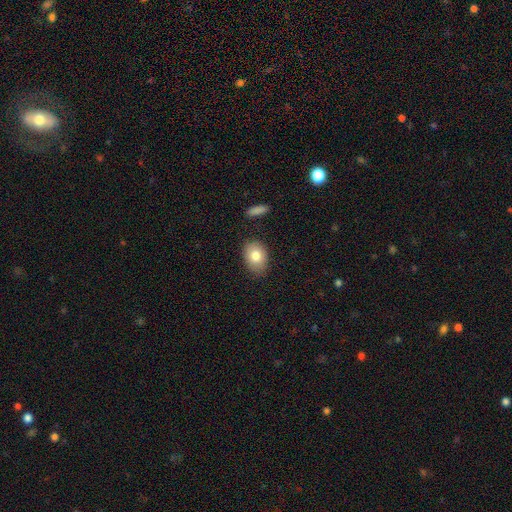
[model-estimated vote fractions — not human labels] smooth_or_featured: smooth (p=0.81) [alt: featured or disk p=0.12]
how_rounded: in between (p=0.76) [alt: round p=0.23]
merging: none (p=0.80) [alt: minor disturbance p=0.15]